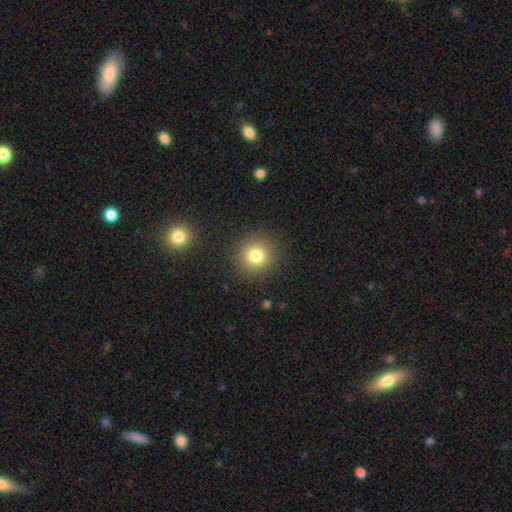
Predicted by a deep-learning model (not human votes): Smooth or featured?
  - smooth: 78% *
  - star or artifact: 14%
  - featured or disk: 8%
How rounded?
  - round: 93% *
  - in between: 6%
  - cigar-shaped: 1%
Merging?
  - none: 90% *
  - minor disturbance: 6%
  - major disturbance: 3%
  - merger: 2%